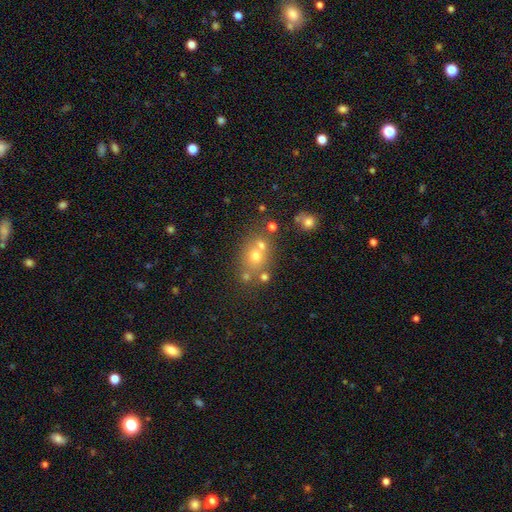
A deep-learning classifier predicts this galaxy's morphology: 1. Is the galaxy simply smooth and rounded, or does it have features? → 58% smooth, 21% featured or disk, 20% star or artifact.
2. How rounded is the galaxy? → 65% round, 33% in between, 2% cigar-shaped.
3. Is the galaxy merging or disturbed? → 54% none, 30% merger, 10% minor disturbance, 5% major disturbance.